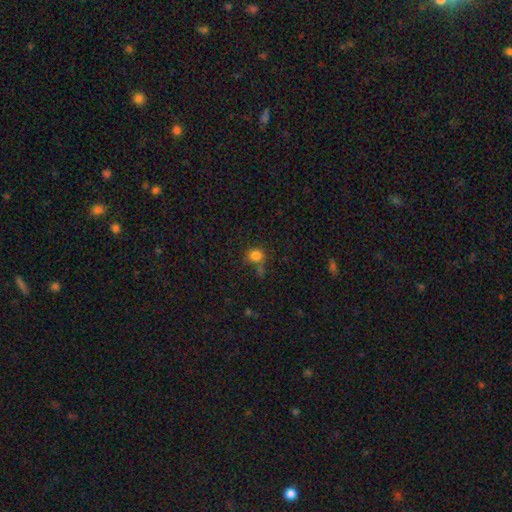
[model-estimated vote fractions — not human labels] A smooth galaxy with no disk features (81%) that is round (82%).

Vote fractions:
- Smooth or featured? smooth: 81% / star or artifact: 13% / featured or disk: 6%
- How rounded? round: 82% / in between: 17% / cigar-shaped: 1%
- Merging? none: 60% / minor disturbance: 17% / merger: 15% / major disturbance: 8%